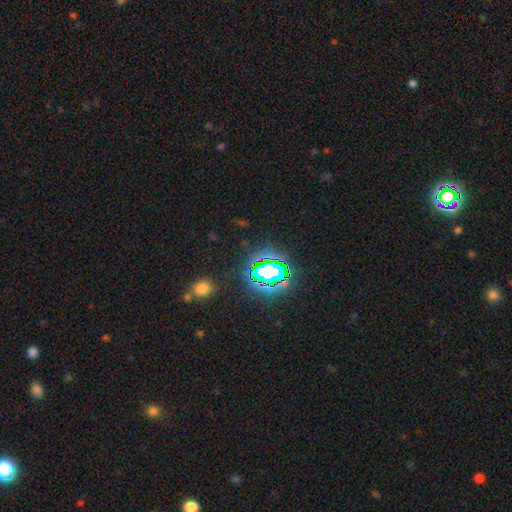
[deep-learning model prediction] Q: Smooth or featured?
A: star or artifact (75%); runner-up: smooth (16%)